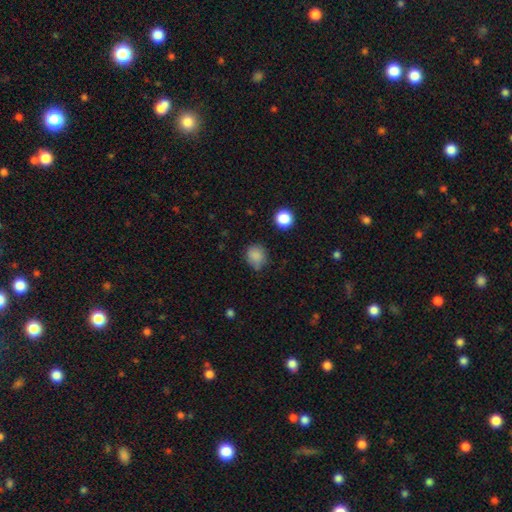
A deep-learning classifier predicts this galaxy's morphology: A smooth galaxy with no disk features (84%) that is round (78%). Merging: none (70%).